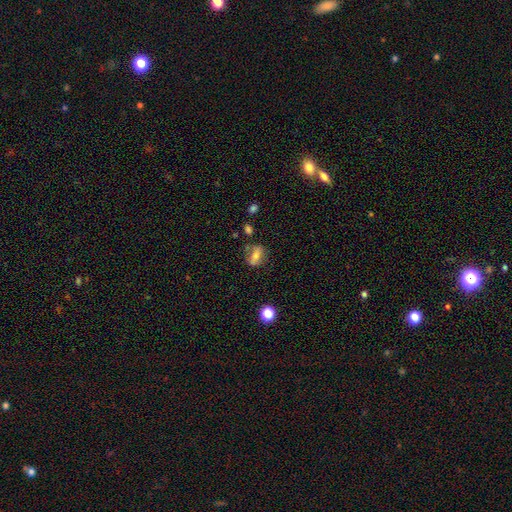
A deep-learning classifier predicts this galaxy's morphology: smooth_or_featured: smooth (p=0.52) [alt: featured or disk p=0.37]
how_rounded: in between (p=0.62) [alt: round p=0.27]
merging: none (p=0.69) [alt: minor disturbance p=0.18]